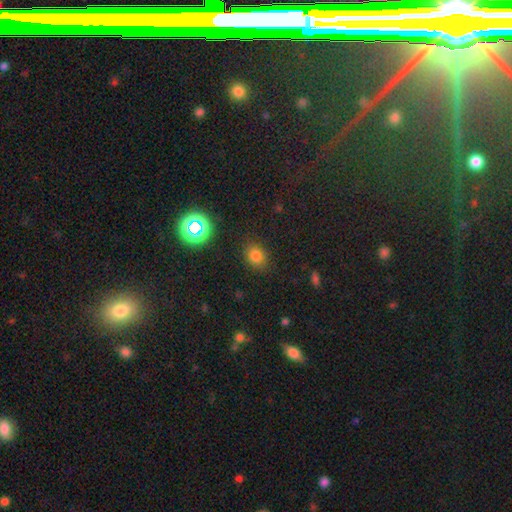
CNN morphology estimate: Q: Smooth or featured?
A: smooth (76%); runner-up: star or artifact (18%)
Q: How rounded?
A: round (57%); runner-up: in between (42%)
Q: Merging?
A: none (84%); runner-up: minor disturbance (11%)